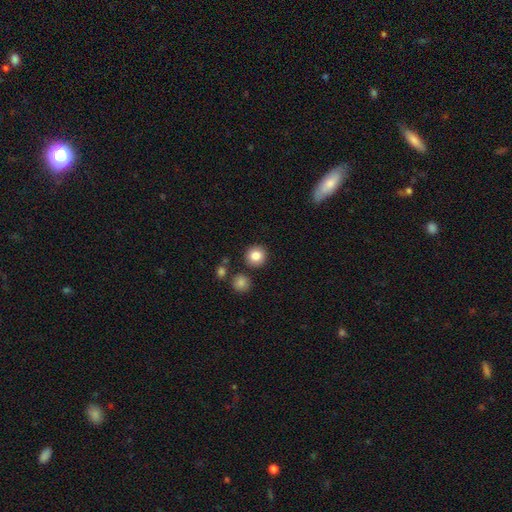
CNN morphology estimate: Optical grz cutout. It shows a smooth galaxy with no disk features (85%) that is round (92%). Merging: none (87%).